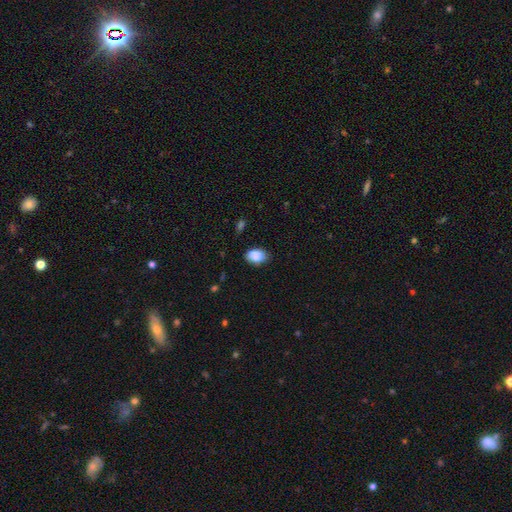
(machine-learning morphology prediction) smooth-or-featured: smooth: 87% | star or artifact: 7% | featured or disk: 6%
  how-rounded: in between: 86% | round: 13% | cigar-shaped: 1%
  merging: none: 75% | minor disturbance: 20% | major disturbance: 3% | merger: 1%